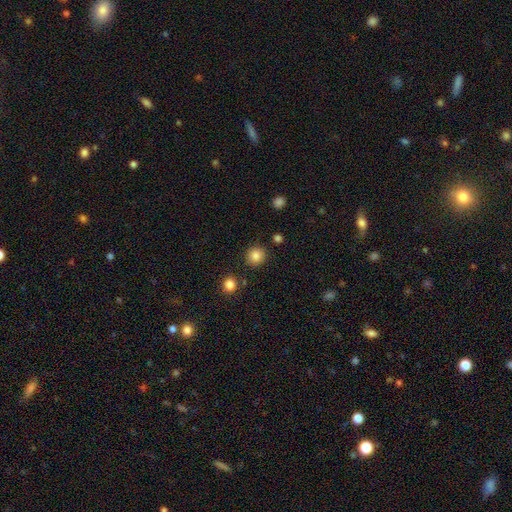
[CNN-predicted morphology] This is clearly a smooth galaxy (85%). How rounded: clearly round (91%). Merging: clearly none (88%).